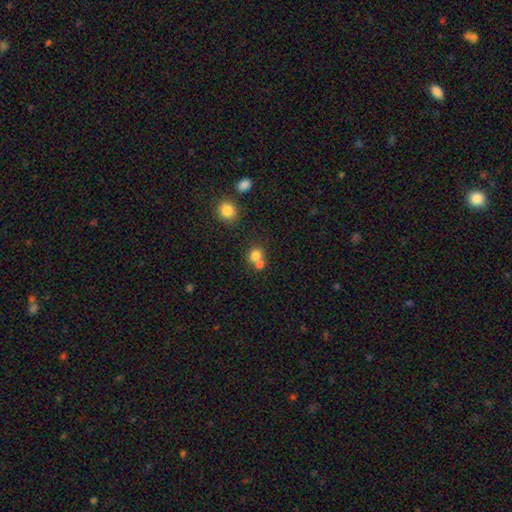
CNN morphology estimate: smooth-or-featured: smooth: 78% | star or artifact: 12% | featured or disk: 9%
  how-rounded: round: 80% | in between: 19% | cigar-shaped: 1%
  merging: merger: 45% (tied) | none: 45% (tied) | minor disturbance: 7% | major disturbance: 3%